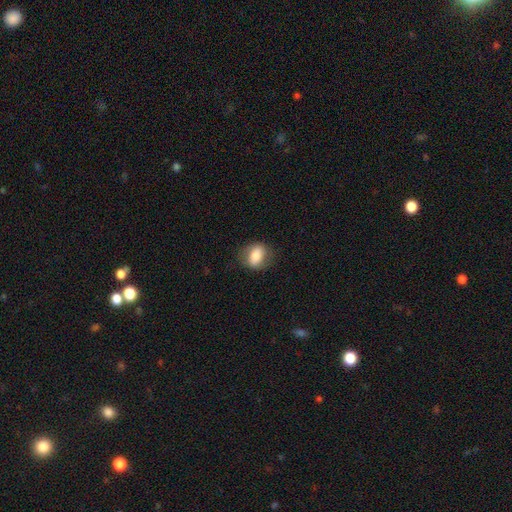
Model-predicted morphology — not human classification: The model was most divided on "how rounded": in between: 70%, round: 27%, cigar-shaped: 2%. More confident: merging — none (78%); smooth or featured — smooth (76%).